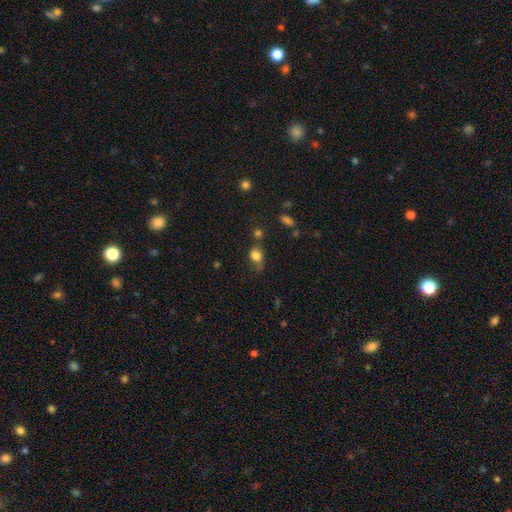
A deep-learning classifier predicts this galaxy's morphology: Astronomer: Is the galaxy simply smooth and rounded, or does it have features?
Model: smooth — 79%.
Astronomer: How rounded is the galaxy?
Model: round — 50% (runner-up: in between, 48%).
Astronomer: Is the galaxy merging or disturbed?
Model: none — 46% (runner-up: minor disturbance, 29%).